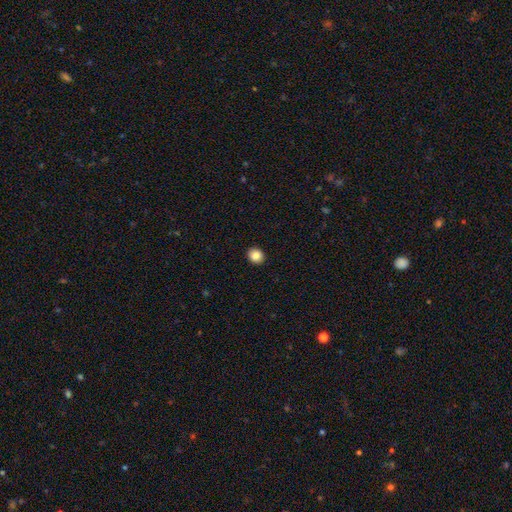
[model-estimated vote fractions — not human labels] Smooth or featured? Predicted: smooth (p=0.86). How rounded? Predicted: round (p=0.75). Merging? Predicted: none (p=0.92).